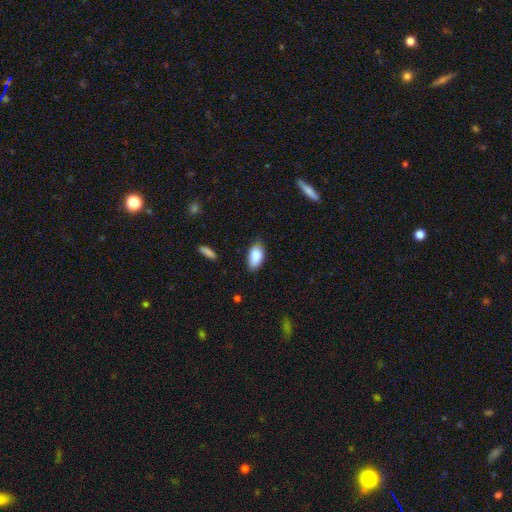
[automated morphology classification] smooth_or_featured: smooth (p=0.86) [alt: featured or disk p=0.07]
how_rounded: in between (p=0.93) [alt: round p=0.04]
merging: none (p=0.67) [alt: minor disturbance p=0.27]